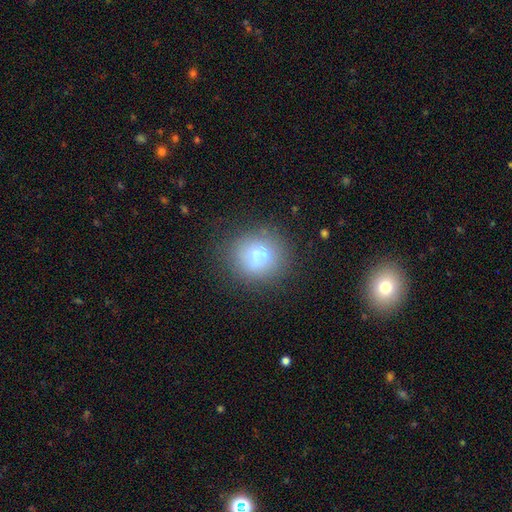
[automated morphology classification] smooth_or_featured: smooth (p=0.60) [alt: featured or disk p=0.27]
how_rounded: round (p=0.86) [alt: in between p=0.13]
merging: none (p=0.59) [alt: merger p=0.20]